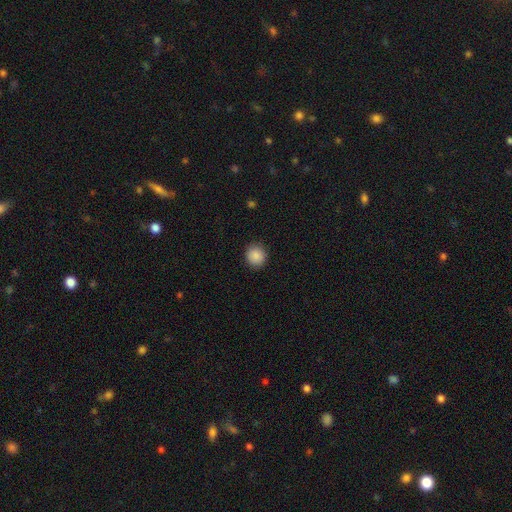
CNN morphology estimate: Overall: smooth (88%). How rounded: round (89%). Merging: none (90%).